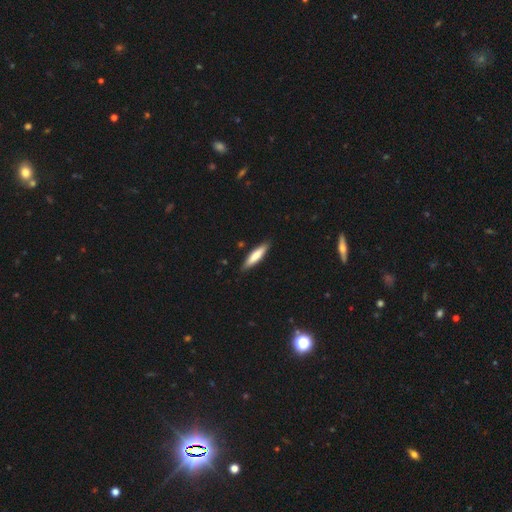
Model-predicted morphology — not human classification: A smooth galaxy with no disk features (76%) that is cigar-shaped (79%). Merging: none (87%).